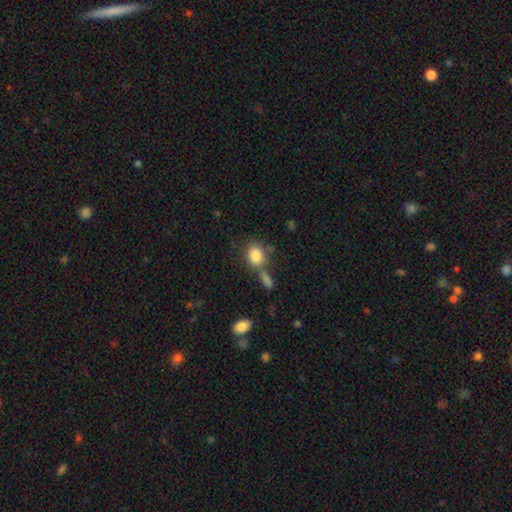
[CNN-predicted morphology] Smooth or featured?
  - smooth: 85% *
  - star or artifact: 9%
  - featured or disk: 7%
How rounded?
  - round: 52% *
  - in between: 46%
  - cigar-shaped: 2%
Merging?
  - none: 57% *
  - merger: 24%
  - minor disturbance: 13%
  - major disturbance: 6%